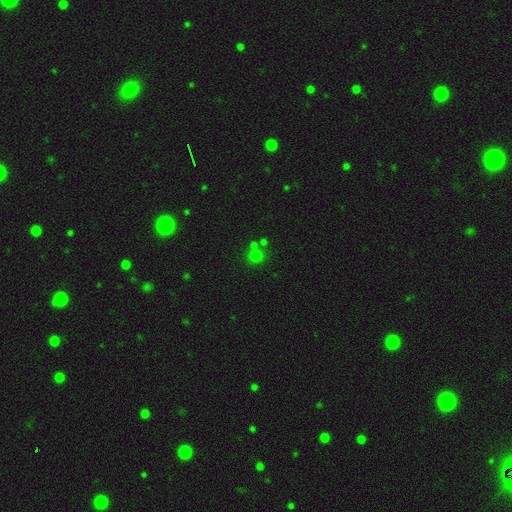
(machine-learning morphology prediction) smooth-or-featured: smooth: 65% | star or artifact: 26% | featured or disk: 8%
  how-rounded: round: 90% | in between: 9% | cigar-shaped: 1%
  merging: none: 65% | merger: 24% | minor disturbance: 8% | major disturbance: 3%